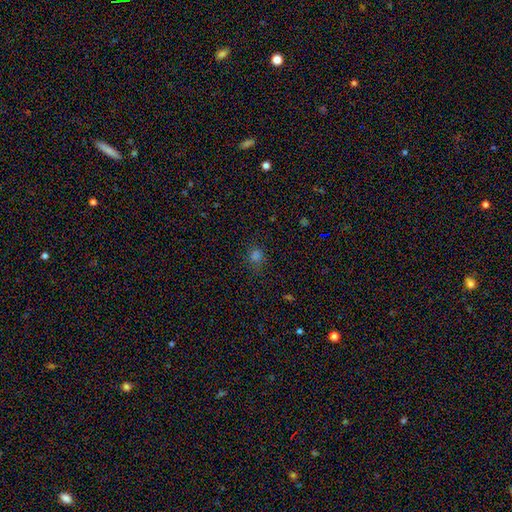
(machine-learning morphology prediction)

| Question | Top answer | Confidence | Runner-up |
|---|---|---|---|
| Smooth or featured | smooth | 66% | star or artifact (29%) |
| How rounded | round | 77% | in between (22%) |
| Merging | none | 75% | minor disturbance (16%) |